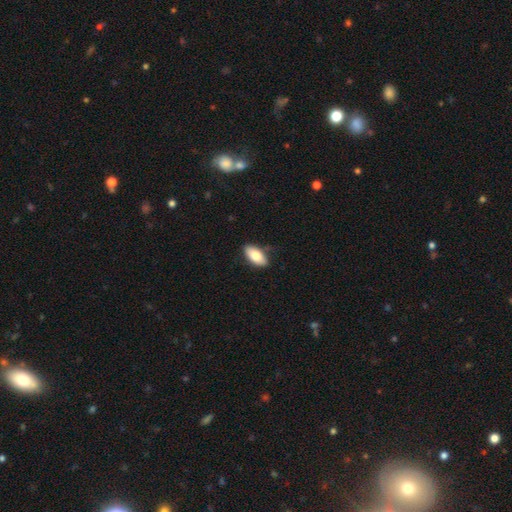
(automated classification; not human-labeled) This appears to be a smooth galaxy with no disk features (79%) that is in between round and cigar-shaped (91%). Merging: none (80%).